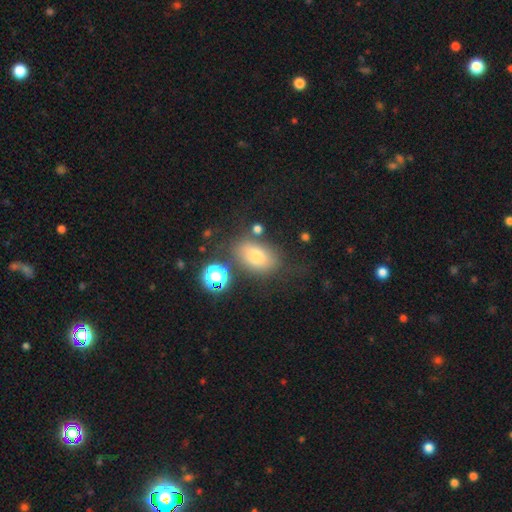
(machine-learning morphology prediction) smooth-or-featured: smooth: 72% | featured or disk: 14% | star or artifact: 14%
  how-rounded: in between: 82% | round: 16% | cigar-shaped: 2%
  merging: none: 65% | minor disturbance: 19% | major disturbance: 8% | merger: 8%